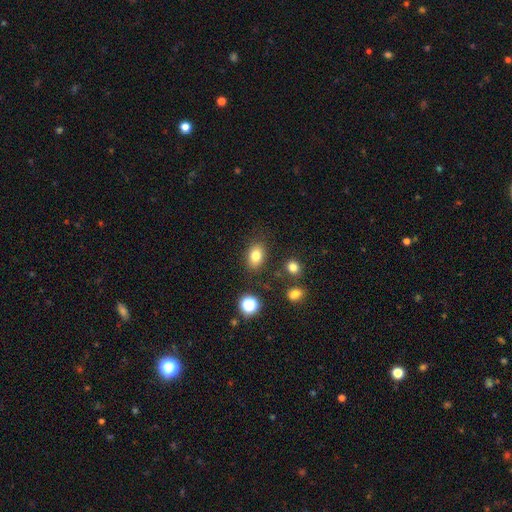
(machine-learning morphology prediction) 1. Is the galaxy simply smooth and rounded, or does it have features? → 80% smooth, 11% star or artifact, 9% featured or disk.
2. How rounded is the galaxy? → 80% in between, 19% round, 1% cigar-shaped.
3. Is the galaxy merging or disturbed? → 83% none, 11% minor disturbance, 3% major disturbance, 3% merger.